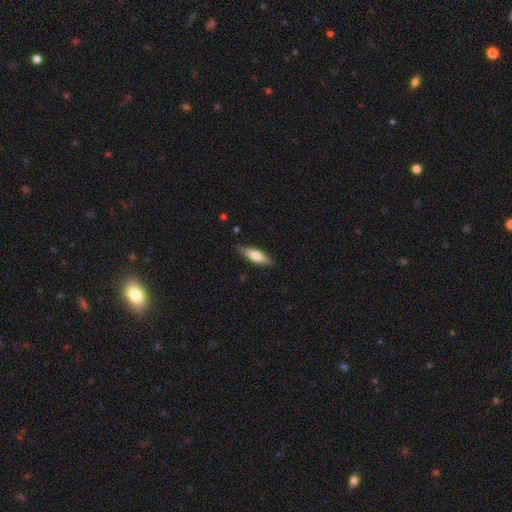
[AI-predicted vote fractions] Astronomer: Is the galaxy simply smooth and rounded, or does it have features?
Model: smooth — 57% (runner-up: featured or disk, 37%).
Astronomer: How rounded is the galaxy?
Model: cigar-shaped — 56% (runner-up: in between, 42%).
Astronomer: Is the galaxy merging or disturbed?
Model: none — 86%.